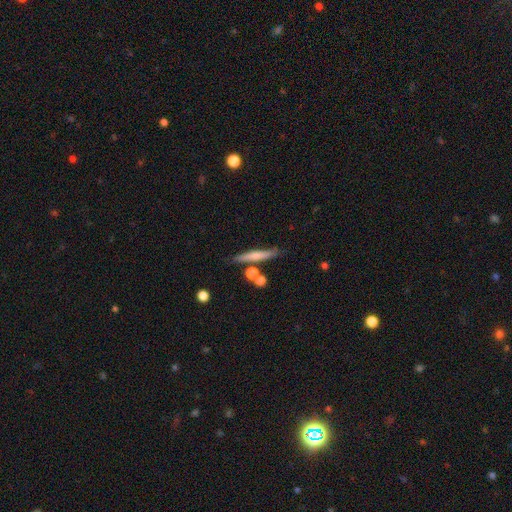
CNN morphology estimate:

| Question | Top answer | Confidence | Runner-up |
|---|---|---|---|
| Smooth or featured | smooth | 59% | featured or disk (34%) |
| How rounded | cigar-shaped | 90% | in between (6%) |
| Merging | none | 74% | minor disturbance (12%) |